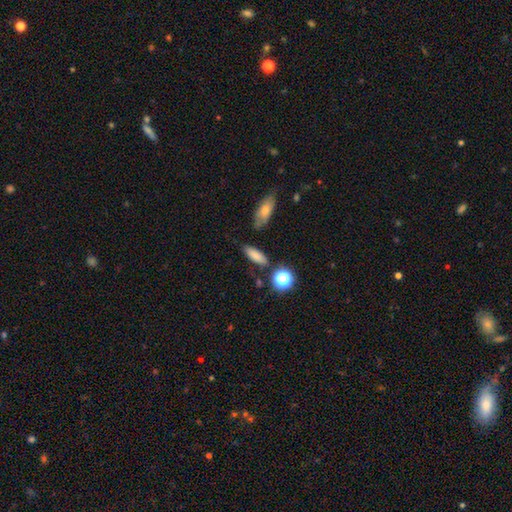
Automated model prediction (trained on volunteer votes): smooth-or-featured: smooth: 81% | star or artifact: 11% | featured or disk: 8%
  how-rounded: in between: 64% | cigar-shaped: 30% | round: 7%
  merging: none: 78% | minor disturbance: 13% | merger: 6% | major disturbance: 4%